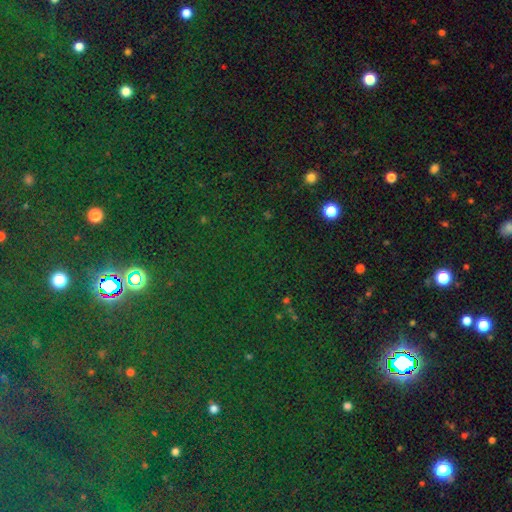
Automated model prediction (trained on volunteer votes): This is likely a star or artifact rather than a galaxy (80%).